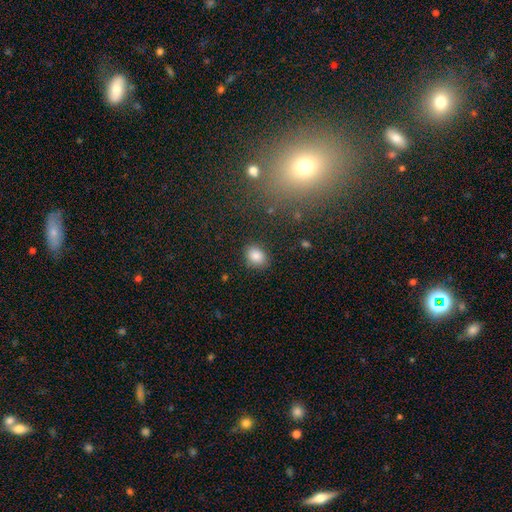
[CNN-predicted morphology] A smooth galaxy with no disk features (85%) that is in between round and cigar-shaped (61%).

Vote fractions:
- Smooth or featured? smooth: 85% / star or artifact: 9% / featured or disk: 5%
- How rounded? in between: 61% / round: 38% / cigar-shaped: 1%
- Merging? none: 85% / minor disturbance: 10% / major disturbance: 3% / merger: 2%